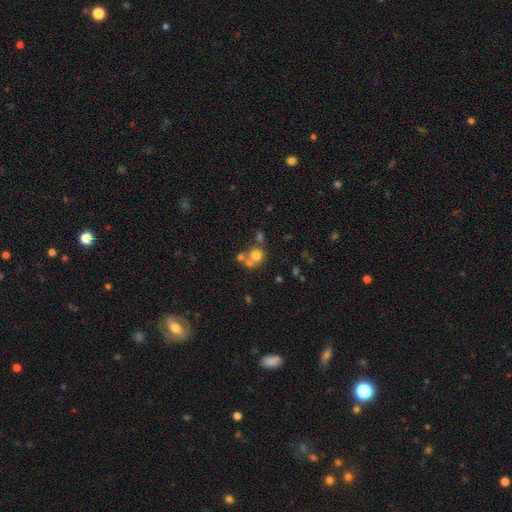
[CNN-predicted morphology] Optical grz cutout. It shows a smooth galaxy with no disk features (67%) that is round (84%). Merging: none (45%).